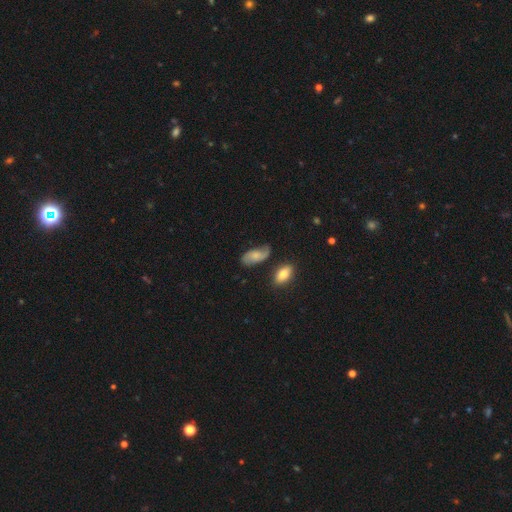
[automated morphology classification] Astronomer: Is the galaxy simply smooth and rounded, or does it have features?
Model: smooth — 49% (runner-up: featured or disk, 42%).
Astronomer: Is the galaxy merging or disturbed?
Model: none — 60%.